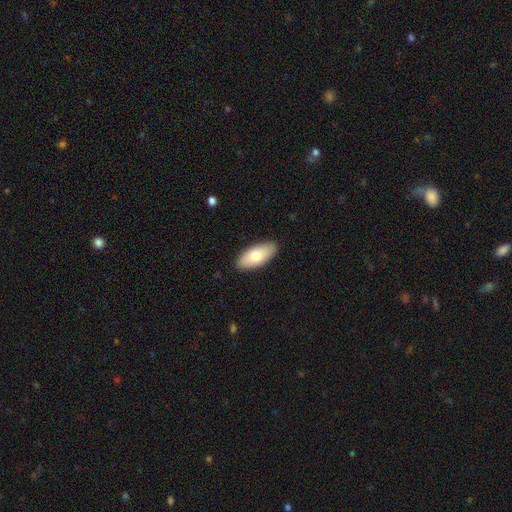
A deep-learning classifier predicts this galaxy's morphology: This is likely a smooth galaxy (75%). How rounded: clearly in between (90%). Merging: clearly none (89%).